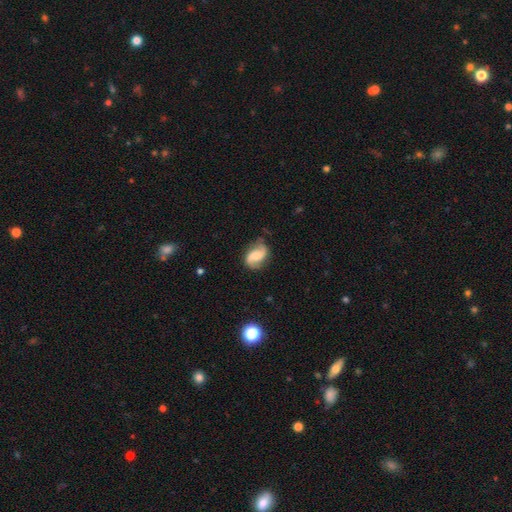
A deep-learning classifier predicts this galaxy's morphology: Q: Smooth or featured?
A: featured or disk (66%); runner-up: smooth (26%)
Q: Edge-on disk?
A: no (97%); runner-up: yes (3%)
Q: Bar?
A: no (46%); runner-up: weak (40%)
Q: Spiral arms?
A: yes (93%); runner-up: no (7%)
Q: Spiral winding?
A: loose (56%); runner-up: medium (32%)
Q: Spiral arm count?
A: 2 (89%); runner-up: can't tell (4%)
Q: Bulge size?
A: moderate (36%); runner-up: small (30%)
Q: Merging?
A: none (70%); runner-up: minor disturbance (21%)